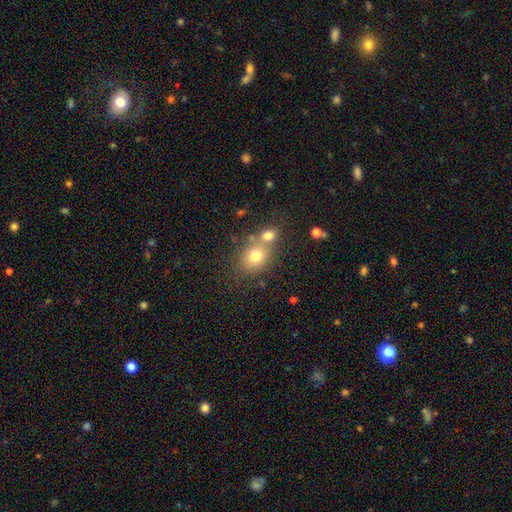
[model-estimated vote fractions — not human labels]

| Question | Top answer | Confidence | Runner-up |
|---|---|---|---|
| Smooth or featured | smooth | 74% | featured or disk (13%) |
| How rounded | round | 56% | in between (43%) |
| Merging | none | 49% | merger (38%) |